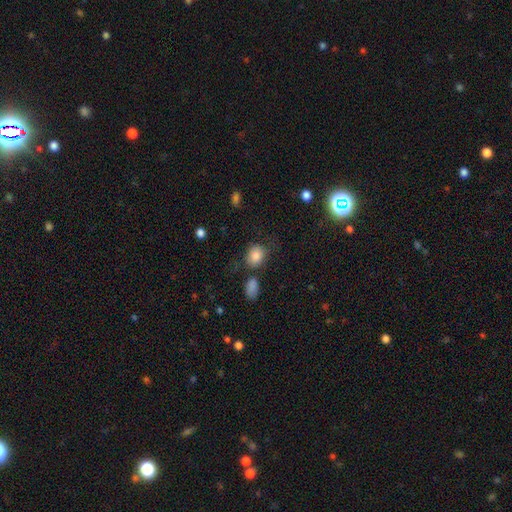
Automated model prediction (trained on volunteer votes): Smooth or featured? Predicted: smooth (p=0.84). How rounded? Predicted: round (p=0.59). Merging? Predicted: none (p=0.64).